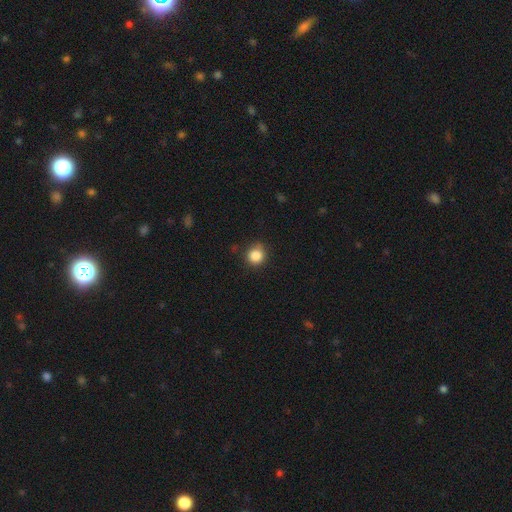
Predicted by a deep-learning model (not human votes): Q: Smooth or featured?
A: smooth (85%); runner-up: star or artifact (11%)
Q: How rounded?
A: round (92%); runner-up: in between (7%)
Q: Merging?
A: none (83%); runner-up: minor disturbance (13%)